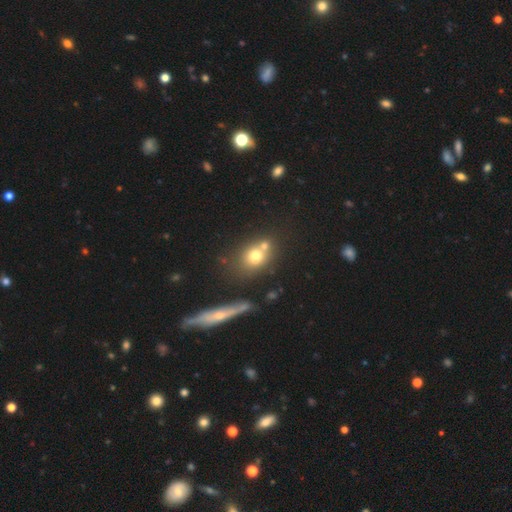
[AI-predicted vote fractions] Q: Smooth or featured?
A: smooth (67%); runner-up: featured or disk (20%)
Q: How rounded?
A: round (55%); runner-up: in between (41%)
Q: Merging?
A: none (44%); runner-up: merger (39%)